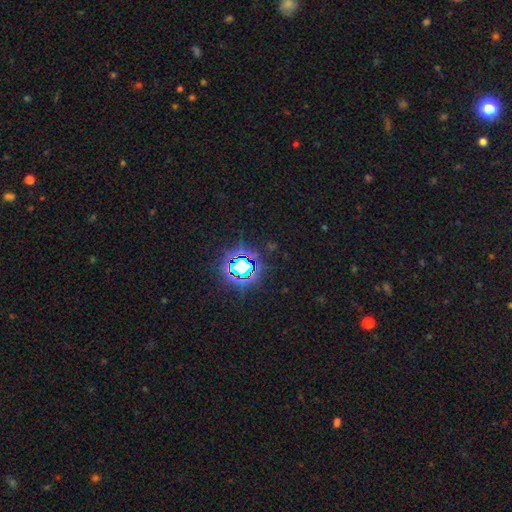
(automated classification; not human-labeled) This is clearly a star or artifact rather than a galaxy (83%).